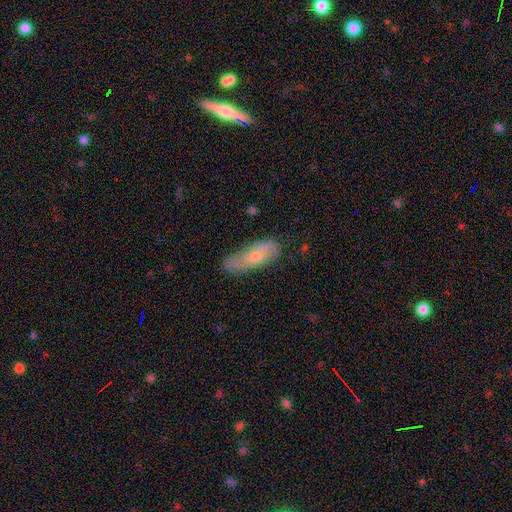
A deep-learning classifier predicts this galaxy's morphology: A smooth galaxy with no disk features (52%) that is in between round and cigar-shaped (60%).

Vote fractions:
- Smooth or featured? smooth: 52% / featured or disk: 41% / star or artifact: 7%
- How rounded? in between: 60% / cigar-shaped: 38% / round: 3%
- Merging? none: 63% / minor disturbance: 28% / major disturbance: 7% / merger: 2%